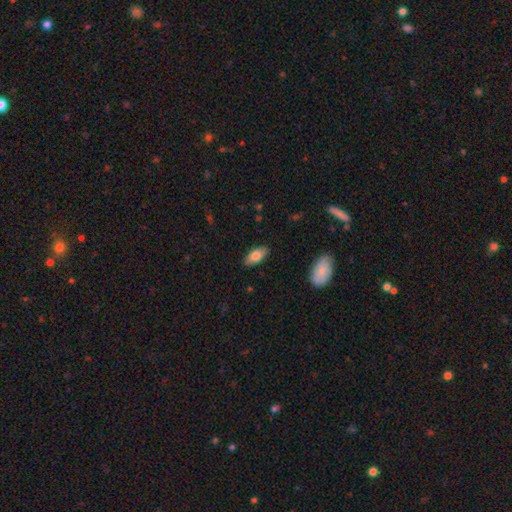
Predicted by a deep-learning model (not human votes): This is likely a smooth galaxy (75%). How rounded: clearly in between (87%). Merging: clearly none (86%).